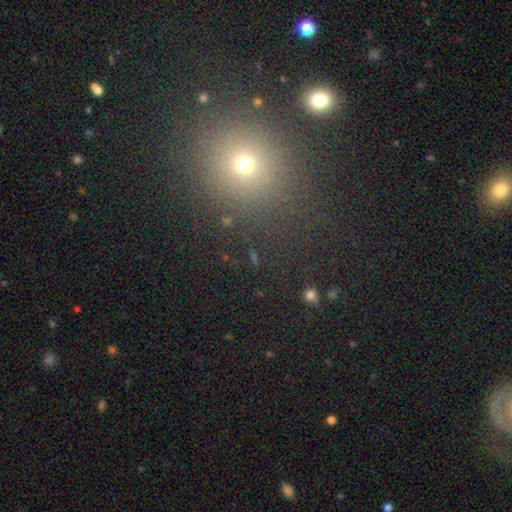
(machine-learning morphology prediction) smooth 46%, star or artifact 44%, featured or disk 11%. Down the decision tree: merging — none (84%).